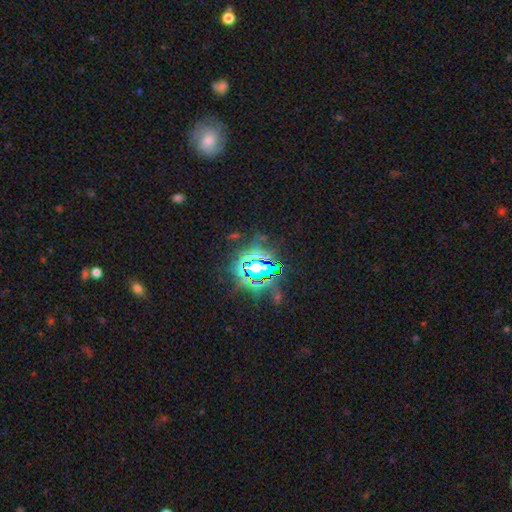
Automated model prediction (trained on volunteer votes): This is clearly a star or artifact rather than a galaxy (81%).